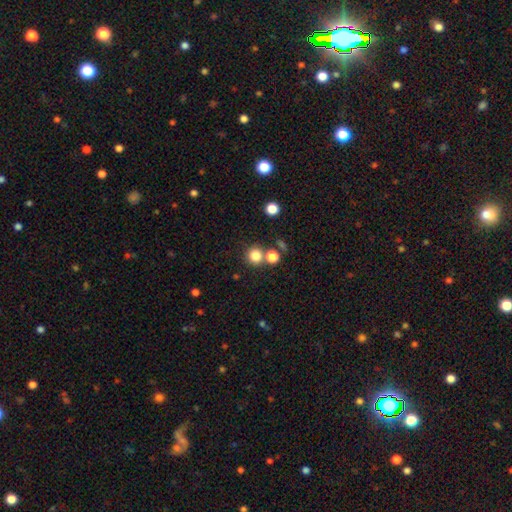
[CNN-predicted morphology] A smooth galaxy with no disk features (81%) that is round (92%).

Vote fractions:
- Smooth or featured? smooth: 81% / star or artifact: 14% / featured or disk: 6%
- How rounded? round: 92% / in between: 7% / cigar-shaped: 1%
- Merging? none: 72% / merger: 17% / minor disturbance: 8% / major disturbance: 3%